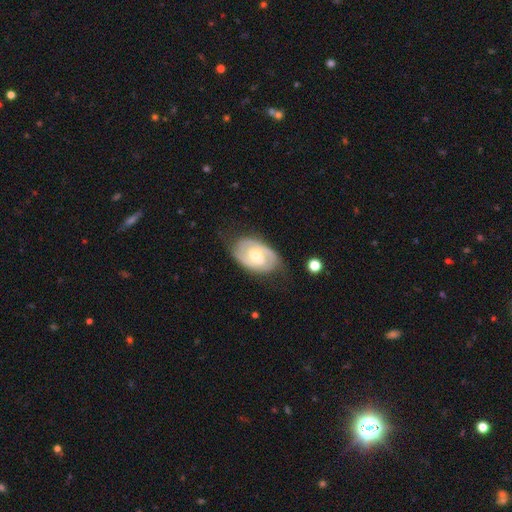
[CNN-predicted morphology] Overall: featured or disk (77%). Edge-on disk: no (95%). Bar: weak (49%; no 33%). Spiral arms: yes (83%). Spiral arm count: 2 (68%). Spiral winding: tight (56%; medium 34%). Bulge size: moderate (70%). Merging: none (70%).